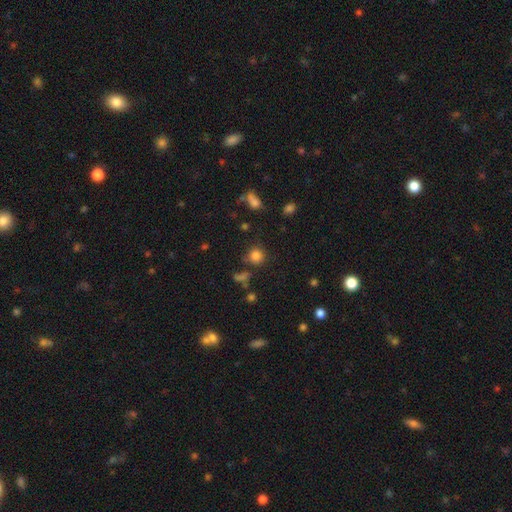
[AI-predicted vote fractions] A smooth galaxy with no disk features (80%) that is round (88%).

Vote fractions:
- Smooth or featured? smooth: 80% / star or artifact: 14% / featured or disk: 6%
- How rounded? round: 88% / in between: 11% / cigar-shaped: 1%
- Merging? none: 77% / minor disturbance: 11% / merger: 7% / major disturbance: 5%